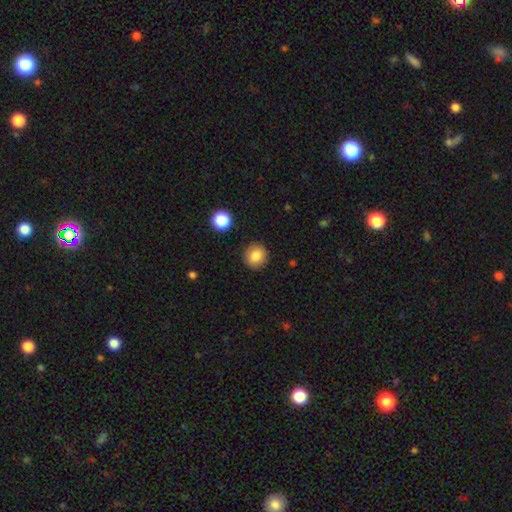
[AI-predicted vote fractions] Overall: smooth (84%). How rounded: round (87%). Merging: none (89%).